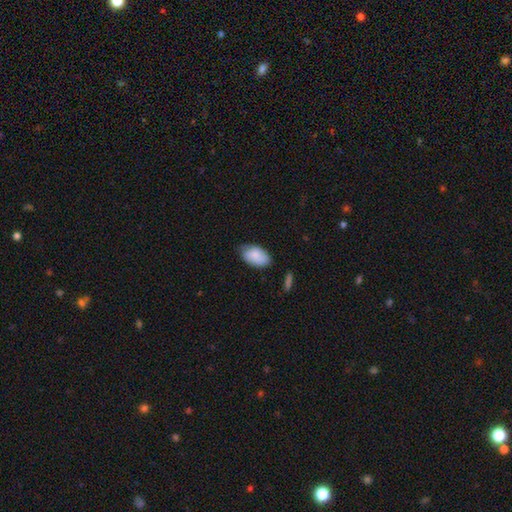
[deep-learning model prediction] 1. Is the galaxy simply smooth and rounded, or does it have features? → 83% smooth, 11% featured or disk, 6% star or artifact.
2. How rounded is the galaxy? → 94% in between, 5% round, 2% cigar-shaped.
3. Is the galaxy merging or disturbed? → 64% none, 29% minor disturbance, 5% major disturbance, 2% merger.